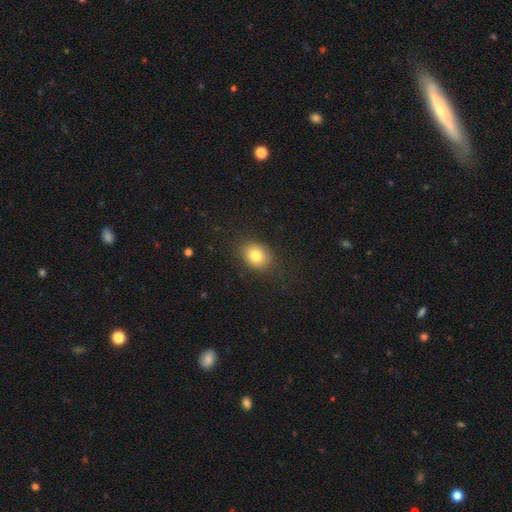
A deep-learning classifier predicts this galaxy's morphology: This appears to be a smooth galaxy with no disk features (81%) that is in between round and cigar-shaped (55%). Merging: none (84%).